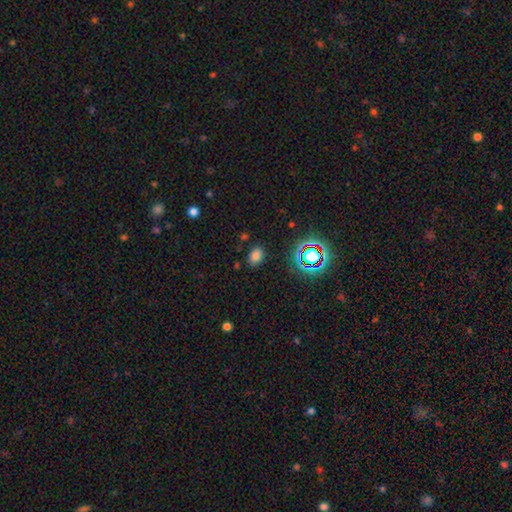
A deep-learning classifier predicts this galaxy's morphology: A smooth galaxy with no disk features (71%) that is in between round and cigar-shaped (75%). Merging: none (81%).